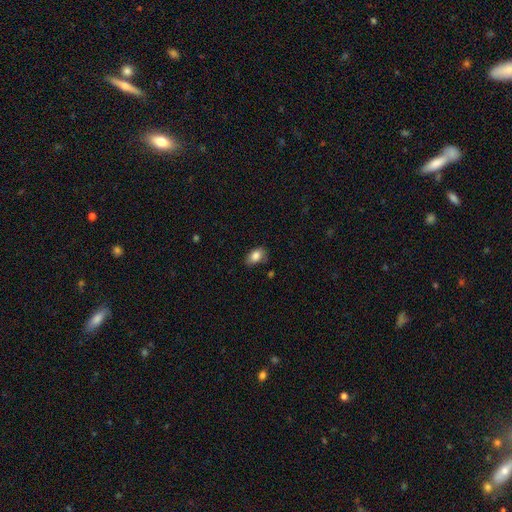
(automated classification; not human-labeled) Morphology: type=smooth (85%); roundness=in between (87%); merging=none (75%).